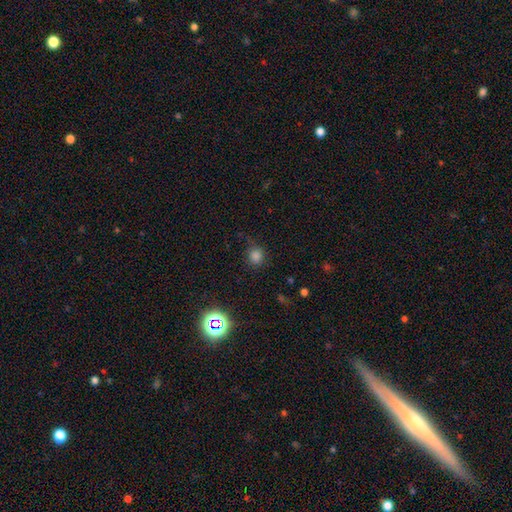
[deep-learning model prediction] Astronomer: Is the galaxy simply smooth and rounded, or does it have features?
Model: smooth — 77%.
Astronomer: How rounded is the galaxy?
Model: round — 85%.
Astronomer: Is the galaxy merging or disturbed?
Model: none — 77%.